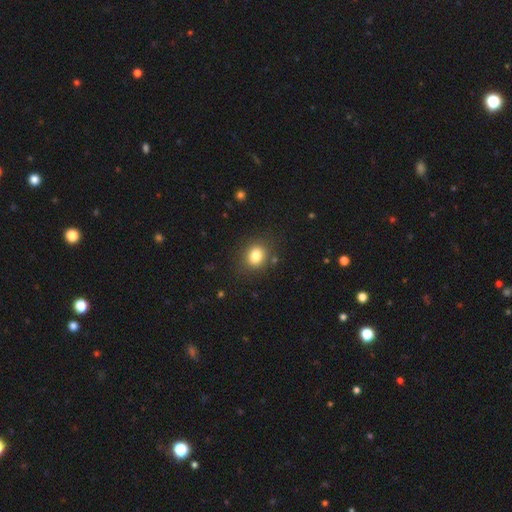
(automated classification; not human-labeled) A smooth galaxy with no disk features (82%) that is round (62%).

Vote fractions:
- Smooth or featured? smooth: 82% / star or artifact: 11% / featured or disk: 7%
- How rounded? round: 62% / in between: 37% / cigar-shaped: 1%
- Merging? none: 84% / minor disturbance: 10% / major disturbance: 4% / merger: 2%